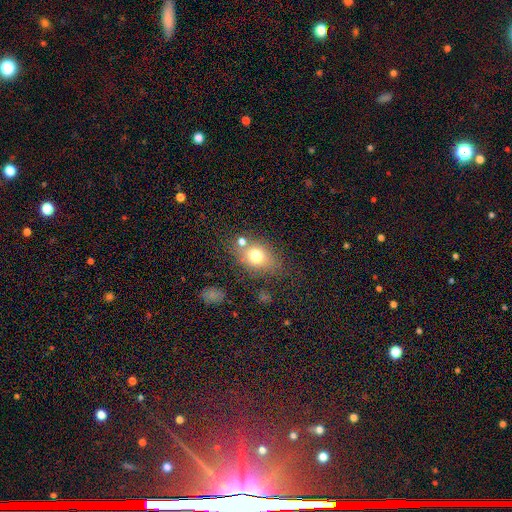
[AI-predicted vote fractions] Smooth or featured: smooth — 71% (featured or disk — 16%)
How rounded: in between — 64% (round — 34%)
Merging: none — 64% (minor disturbance — 16%)